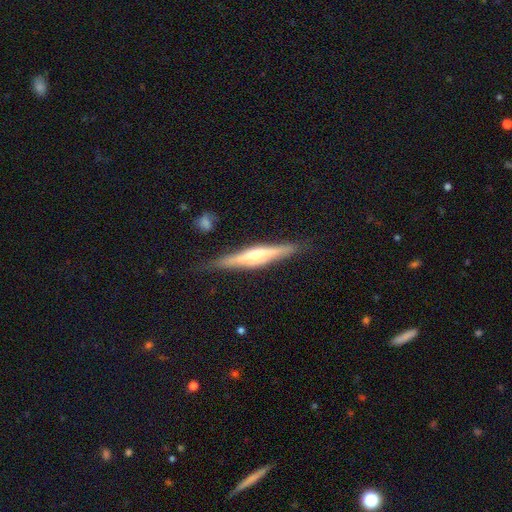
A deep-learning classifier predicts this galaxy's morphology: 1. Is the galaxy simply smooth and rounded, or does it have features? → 72% featured or disk, 22% smooth, 6% star or artifact.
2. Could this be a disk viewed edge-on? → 97% yes, 3% no.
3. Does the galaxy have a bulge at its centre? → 78% rounded, 14% boxy, 8% none.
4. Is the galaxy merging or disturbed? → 86% none, 10% minor disturbance, 2% major disturbance, 2% merger.